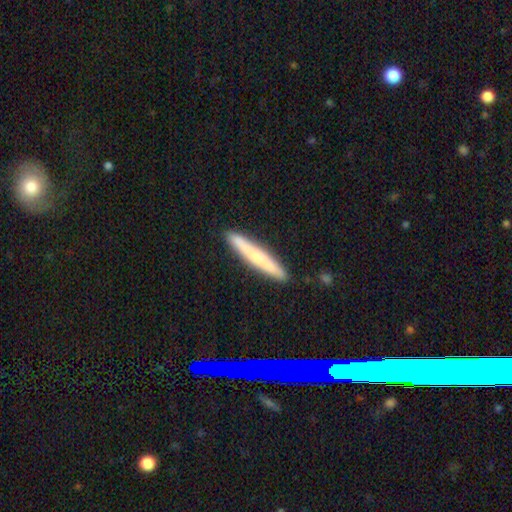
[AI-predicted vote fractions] This appears to be a smooth galaxy with no disk features (61%) that is cigar-shaped (95%). Merging: none (88%).